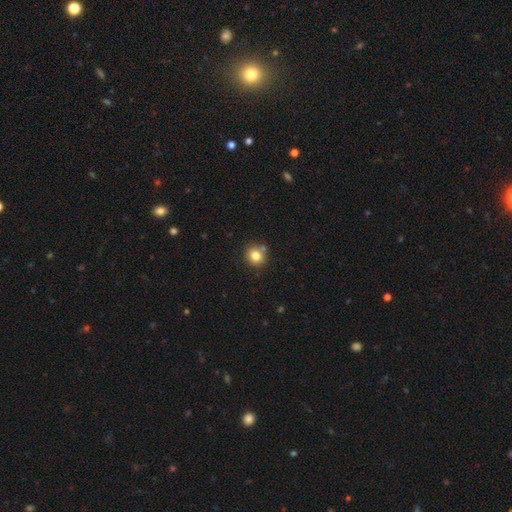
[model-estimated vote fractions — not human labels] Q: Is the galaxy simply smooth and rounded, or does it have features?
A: smooth — 81%.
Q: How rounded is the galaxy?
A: round — 86%.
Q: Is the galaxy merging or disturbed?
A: none — 74%.